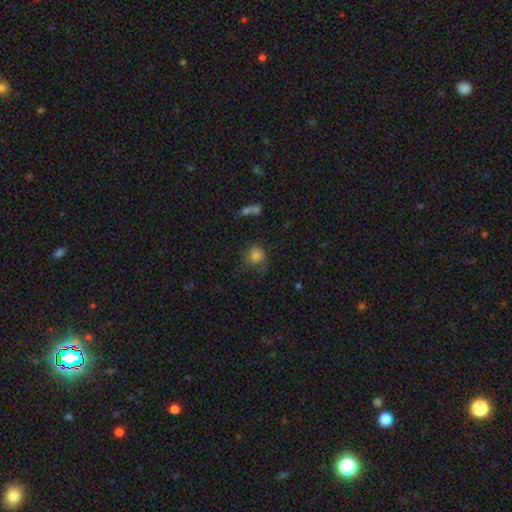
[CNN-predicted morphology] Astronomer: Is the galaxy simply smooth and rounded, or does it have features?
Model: smooth — 79%.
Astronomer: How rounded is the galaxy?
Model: round — 82%.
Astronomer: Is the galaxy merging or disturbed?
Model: none — 56%.